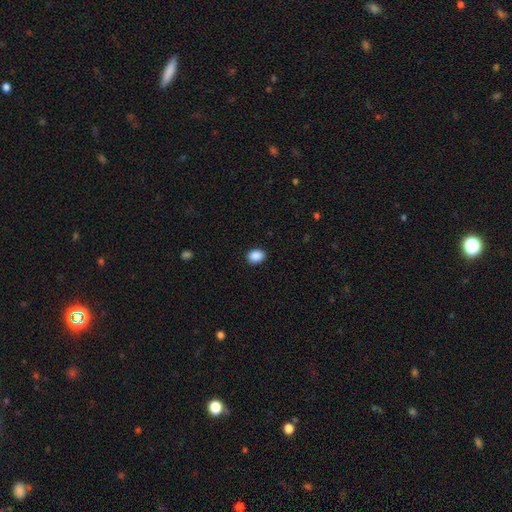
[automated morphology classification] Smooth or featured: smooth — 89% (star or artifact — 8%)
How rounded: in between — 58% (round — 41%)
Merging: none — 89% (minor disturbance — 8%)